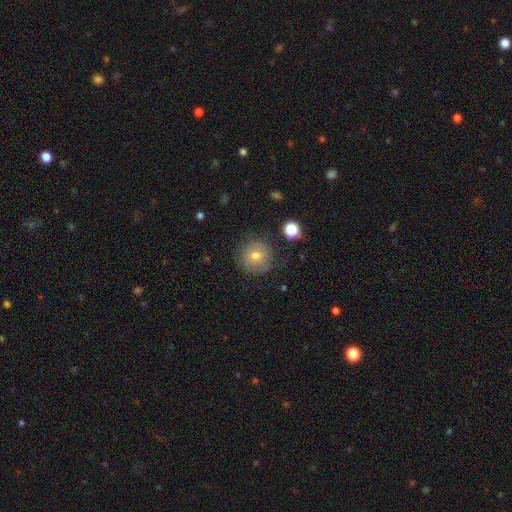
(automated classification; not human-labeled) Smooth or featured? Predicted: smooth (p=0.69). How rounded? Predicted: round (p=0.94). Merging? Predicted: none (p=0.83).